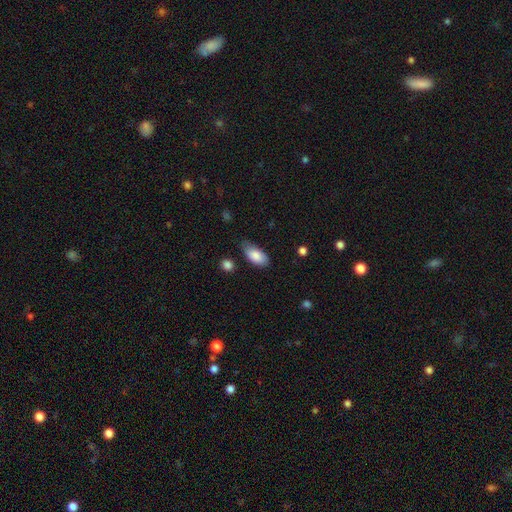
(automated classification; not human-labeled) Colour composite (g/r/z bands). It shows a smooth galaxy with no disk features (85%) that is in between round and cigar-shaped (92%). Merging: none (61%).